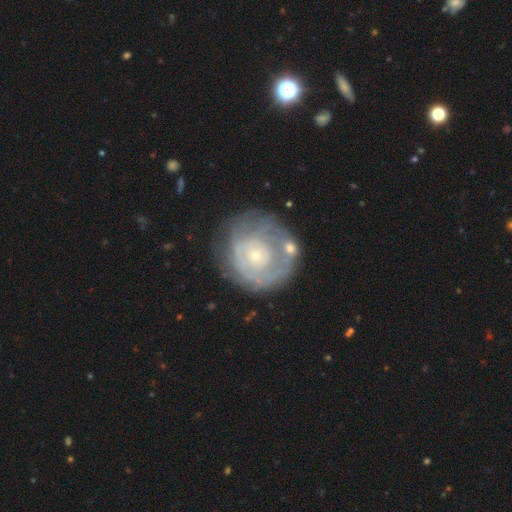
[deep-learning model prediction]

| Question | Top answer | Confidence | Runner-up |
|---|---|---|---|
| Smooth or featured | featured or disk | 73% | smooth (21%) |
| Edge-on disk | no | 98% | yes (2%) |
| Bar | no | 84% | weak (13%) |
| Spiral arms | yes | 67% | no (33%) |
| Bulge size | small | 74% | moderate (20%) |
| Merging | none | 60% | minor disturbance (19%) |